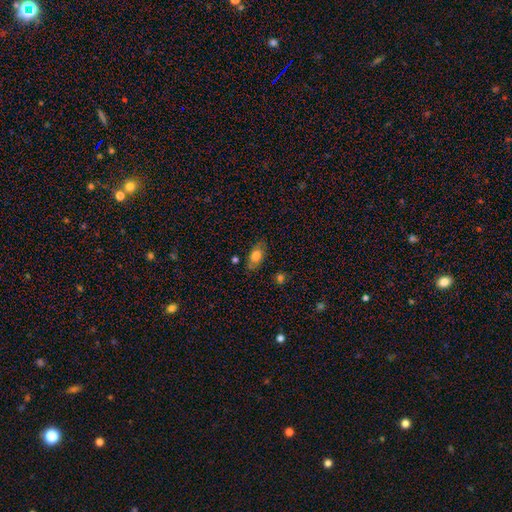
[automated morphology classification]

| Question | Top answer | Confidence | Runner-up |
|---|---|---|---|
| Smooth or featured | smooth | 73% | featured or disk (19%) |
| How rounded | in between | 89% | round (7%) |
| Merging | none | 77% | minor disturbance (16%) |